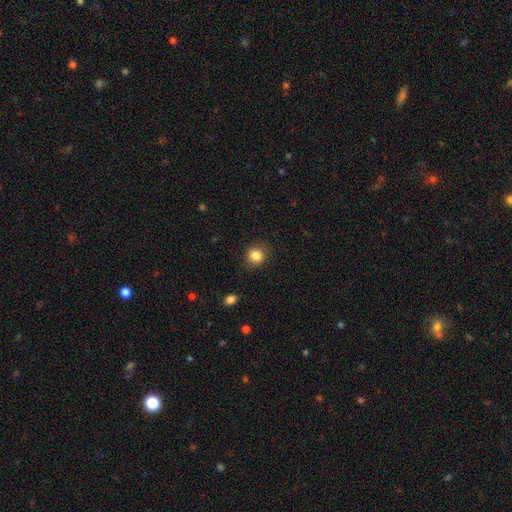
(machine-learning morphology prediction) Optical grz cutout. It shows a smooth galaxy with no disk features (85%) that is round (88%). Merging: none (87%).